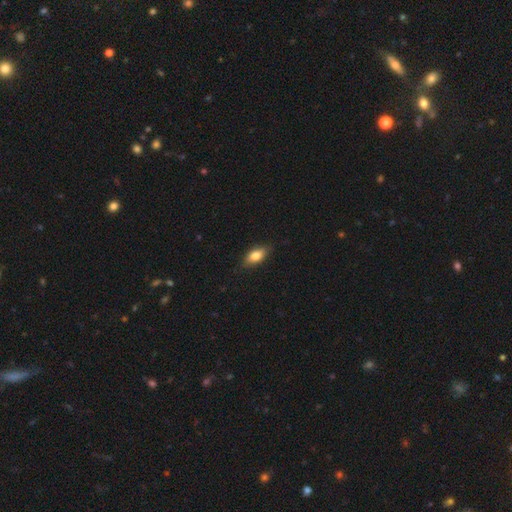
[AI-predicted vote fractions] Smooth or featured? smooth (77%)
How rounded? in between (84%)
Merging? none (84%)